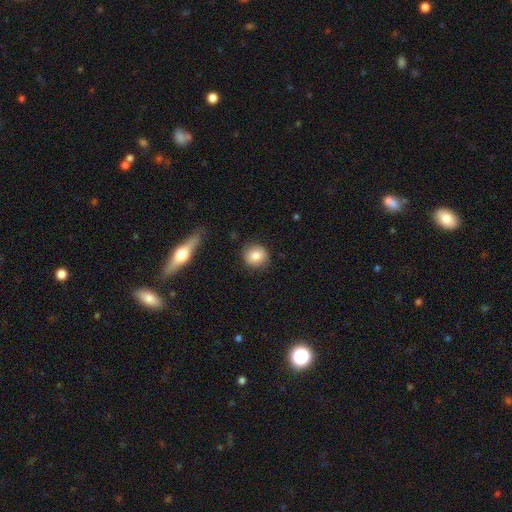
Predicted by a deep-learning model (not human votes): Smooth or featured? Predicted: smooth (p=0.82). How rounded? Predicted: round (p=0.88). Merging? Predicted: none (p=0.85).